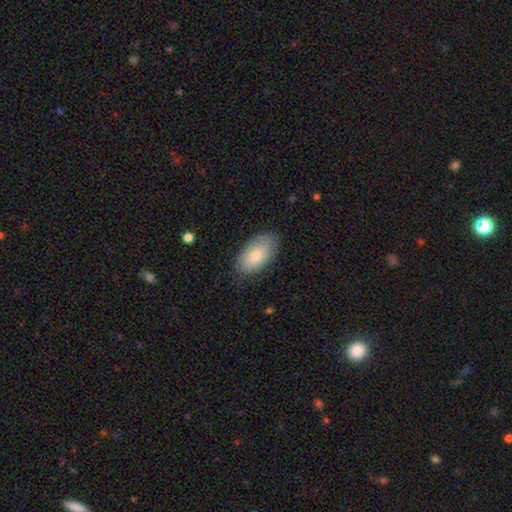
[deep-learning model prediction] Morphology: type=smooth (77%); roundness=in between (94%); merging=none (78%).